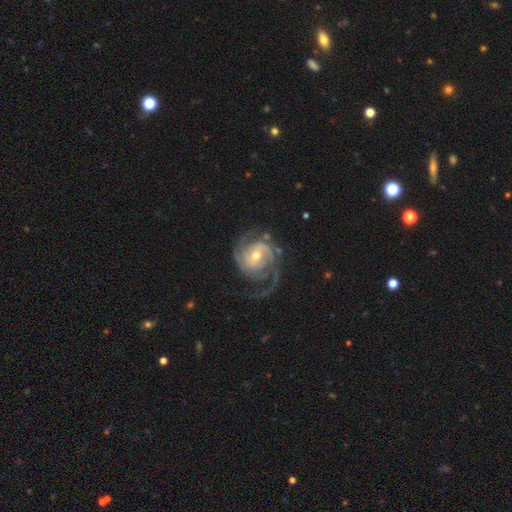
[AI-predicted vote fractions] Morphology: type=featured or disk (90%); edge-on=no (98%); bar=no (60%); spiral arms=yes (97%); winding=tight (42%); arm count=2 (64%); bulge=moderate (59%); merging=none (62%).